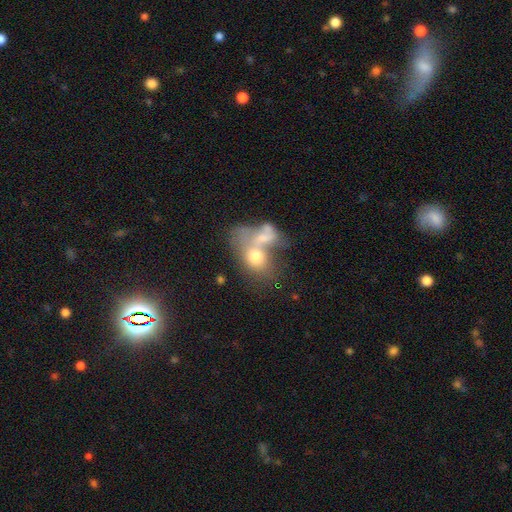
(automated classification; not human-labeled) smooth-or-featured: smooth: 58% | featured or disk: 32% | star or artifact: 10%
  how-rounded: in between: 67% | round: 31% | cigar-shaped: 2%
  merging: merger: 69% | major disturbance: 14% | none: 11% | minor disturbance: 7%